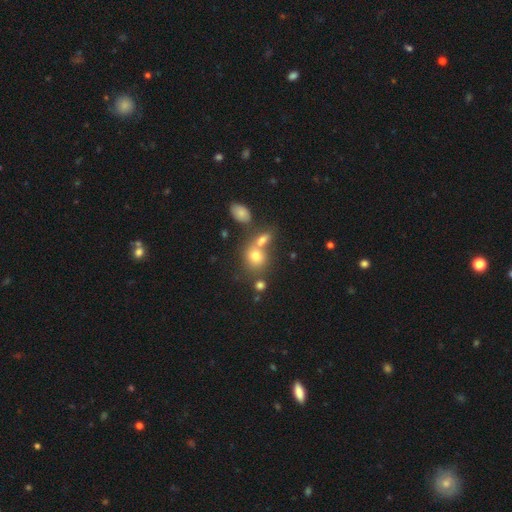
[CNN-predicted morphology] type=smooth (73%); roundness=round (58%); merging=none (43%).